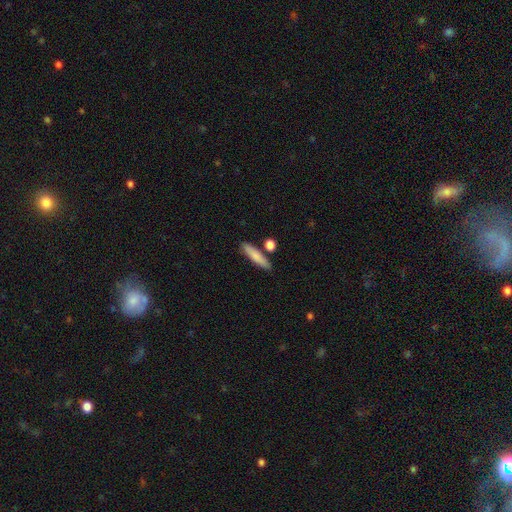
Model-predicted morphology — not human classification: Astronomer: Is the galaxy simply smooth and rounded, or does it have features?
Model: smooth — 80%.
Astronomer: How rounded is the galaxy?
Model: cigar-shaped — 76%.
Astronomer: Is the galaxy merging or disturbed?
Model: none — 79%.